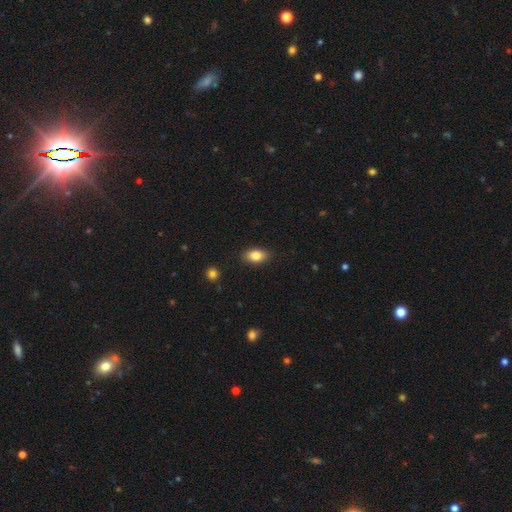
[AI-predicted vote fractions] This is clearly a smooth galaxy (82%). How rounded: clearly in between (88%). Merging: clearly none (87%).